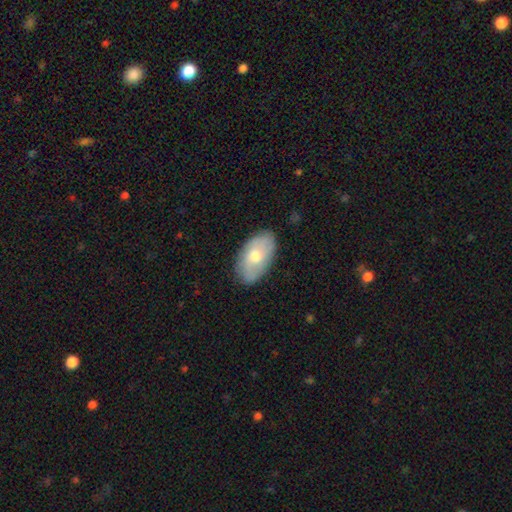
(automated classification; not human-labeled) A smooth galaxy with no disk features (64%) that is in between round and cigar-shaped (94%).

Vote fractions:
- Smooth or featured? smooth: 64% / featured or disk: 30% / star or artifact: 6%
- How rounded? in between: 94% / round: 4% / cigar-shaped: 2%
- Merging? none: 82% / minor disturbance: 14% / major disturbance: 3% / merger: 1%